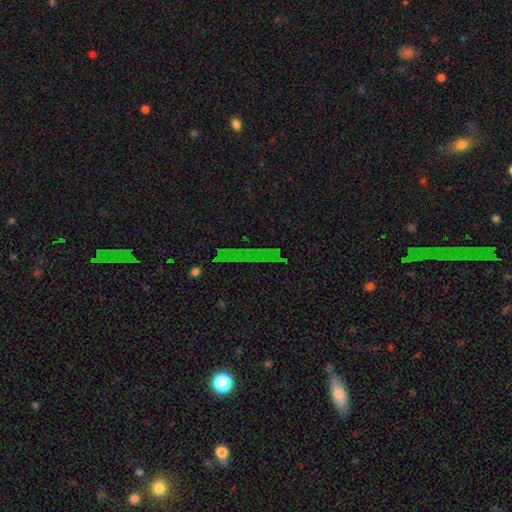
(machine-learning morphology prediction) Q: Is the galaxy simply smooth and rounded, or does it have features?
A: star or artifact — 62%.